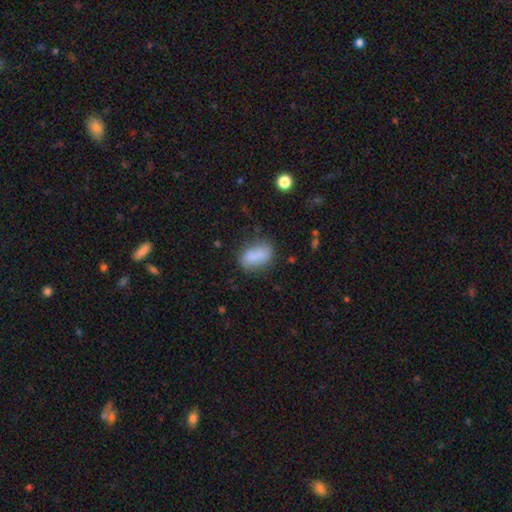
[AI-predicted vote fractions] Smooth or featured: smooth — 81% (featured or disk — 11%)
How rounded: in between — 86% (round — 9%)
Merging: none — 66% (minor disturbance — 20%)